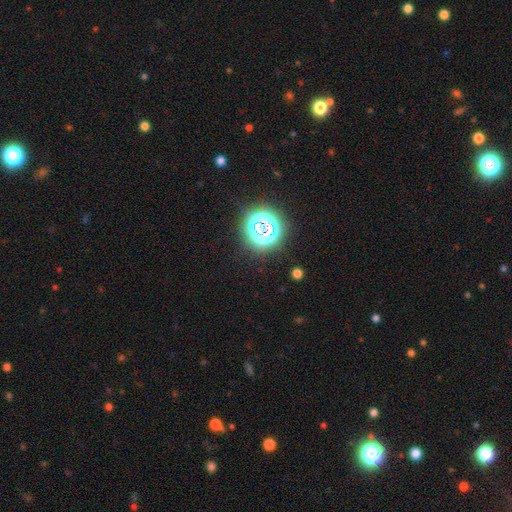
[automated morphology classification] Smooth or featured: star or artifact — 79% (smooth — 15%)